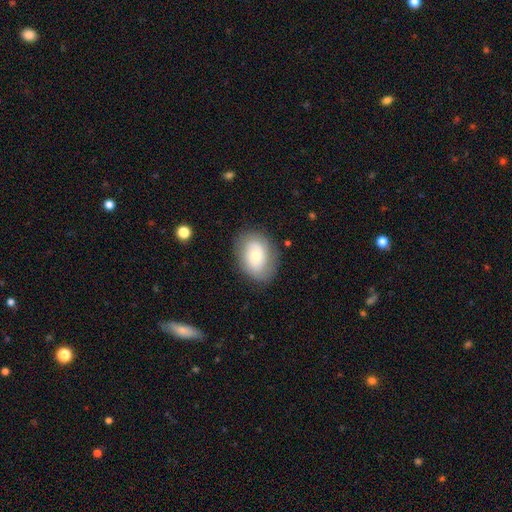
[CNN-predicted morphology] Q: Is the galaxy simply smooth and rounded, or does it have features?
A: smooth — 57%.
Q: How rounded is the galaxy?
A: in between — 71%.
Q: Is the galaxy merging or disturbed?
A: none — 78%.